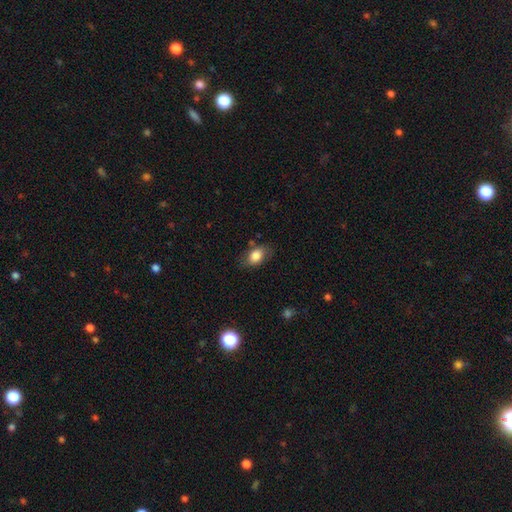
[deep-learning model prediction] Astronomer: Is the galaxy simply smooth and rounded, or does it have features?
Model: smooth — 81%.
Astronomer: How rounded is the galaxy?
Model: in between — 83%.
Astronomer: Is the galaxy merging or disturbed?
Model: none — 73%.